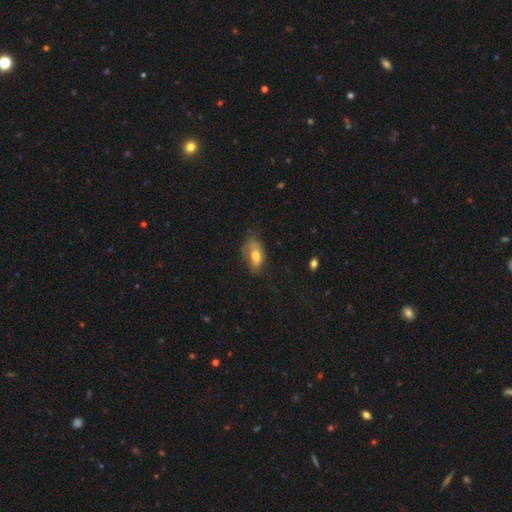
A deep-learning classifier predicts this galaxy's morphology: Q: Smooth or featured?
A: smooth (67%); runner-up: featured or disk (24%)
Q: How rounded?
A: in between (88%); runner-up: round (7%)
Q: Merging?
A: none (42%); runner-up: minor disturbance (32%)